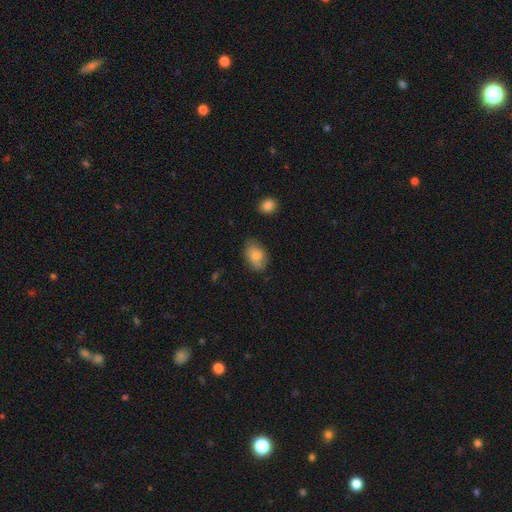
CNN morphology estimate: Smooth or featured? smooth (81%)
How rounded? in between (83%)
Merging? none (72%)